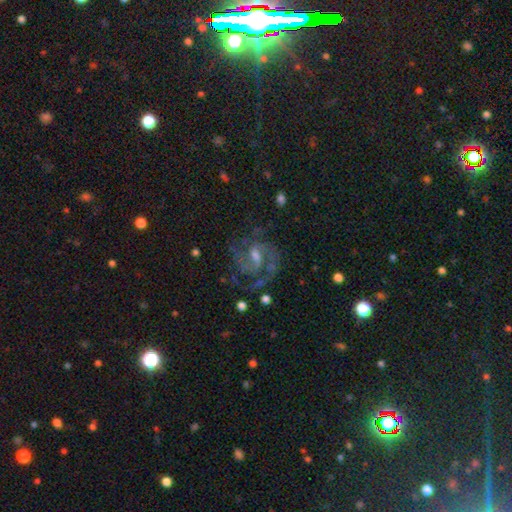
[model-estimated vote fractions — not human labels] Smooth or featured? Predicted: featured or disk (p=0.86). Edge-on disk? Predicted: no (p=0.98). Bar? Predicted: weak (p=0.57). Spiral arms? Predicted: yes (p=0.97). Spiral winding? Predicted: medium (p=0.57). Spiral arm count? Predicted: 2 (p=0.63). Bulge size? Predicted: moderate (p=0.44). Merging? Predicted: none (p=0.67).